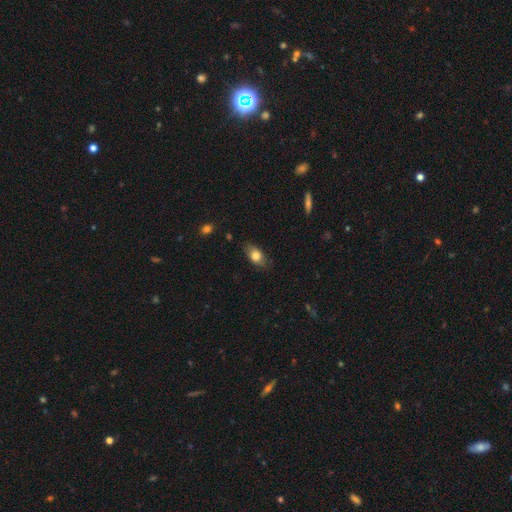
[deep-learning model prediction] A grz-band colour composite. It shows a smooth galaxy with no disk features (78%) that is in between round and cigar-shaped (86%). Merging: none (78%).